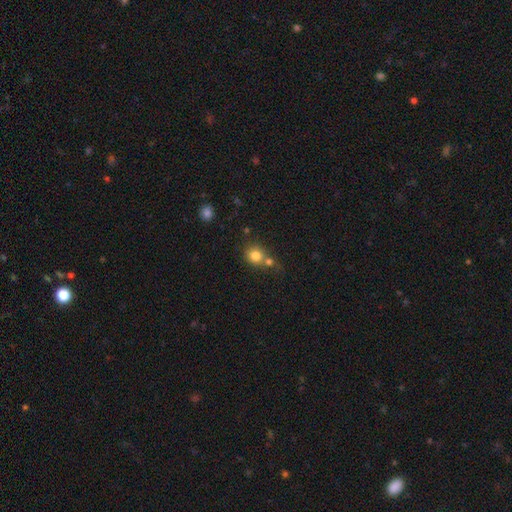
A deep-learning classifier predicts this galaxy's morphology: Overall: smooth (80%). How rounded: round (78%). Merging: none (46%; merger 40%).